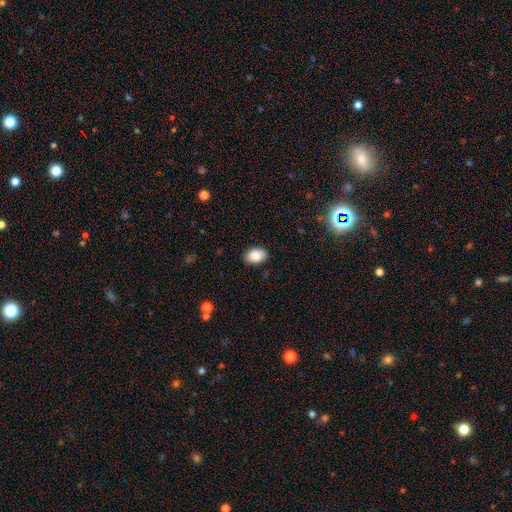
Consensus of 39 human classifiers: smooth 87%, featured or disk 8%, star or artifact 5%. Down the decision tree: how rounded — in between (91%); merging — none (89%).